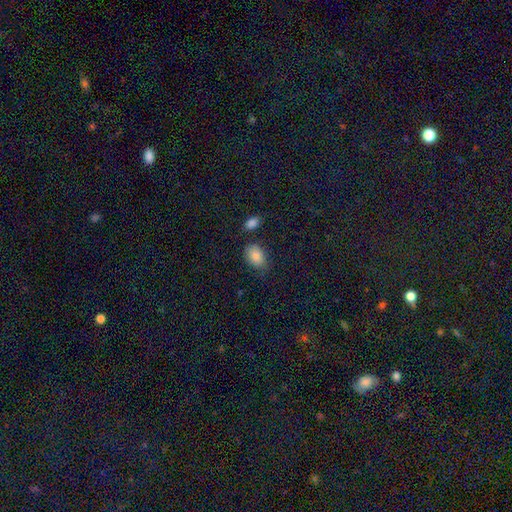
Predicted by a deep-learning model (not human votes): This appears to be a smooth galaxy with no disk features (85%) that is in between round and cigar-shaped (84%). Merging: none (69%).